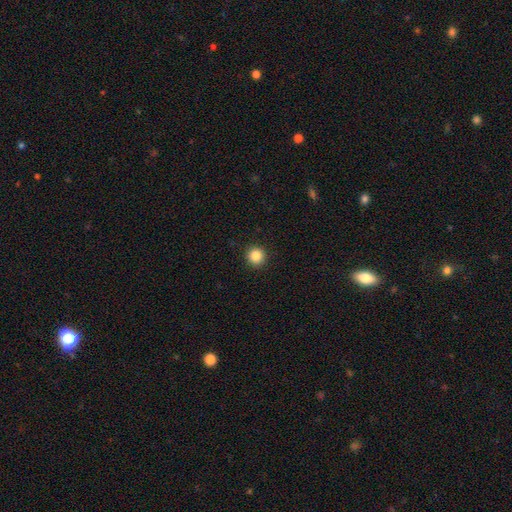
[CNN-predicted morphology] Smooth or featured? smooth (86%)
How rounded? round (94%)
Merging? none (92%)